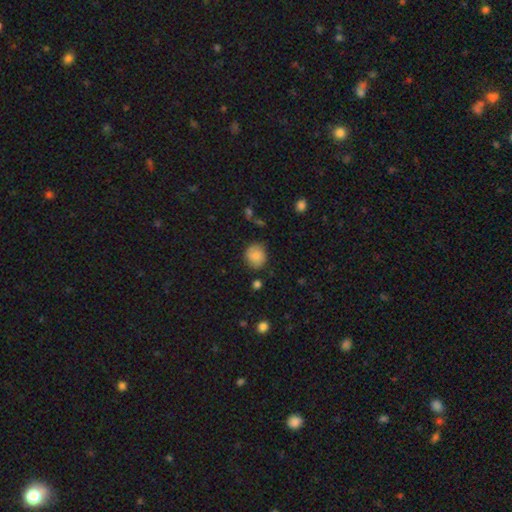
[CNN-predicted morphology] The model was most divided on "how rounded": round: 80%, in between: 19%, cigar-shaped: 1%. More confident: smooth or featured — smooth (82%); merging — none (80%).